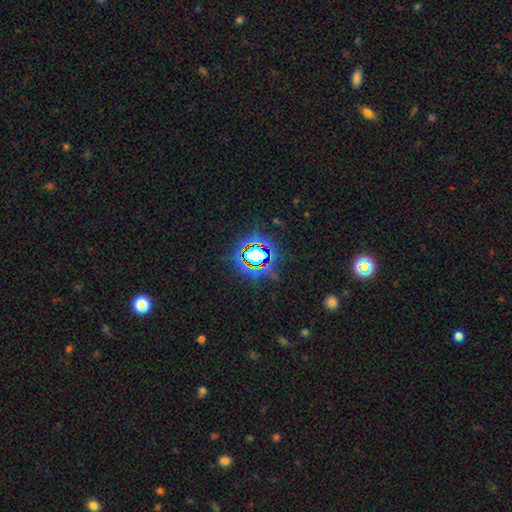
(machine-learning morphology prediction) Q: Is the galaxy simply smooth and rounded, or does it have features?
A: star or artifact — 73%.